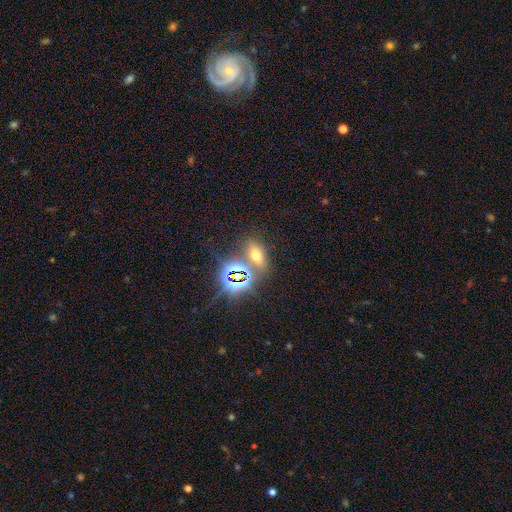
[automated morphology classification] Smooth or featured? Predicted: smooth (p=0.45). Merging? Predicted: none (p=0.70).